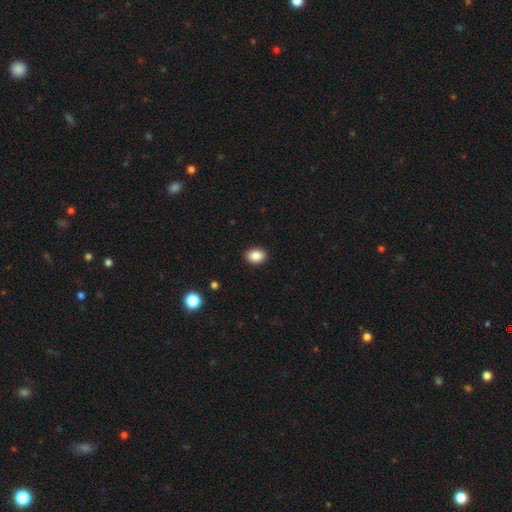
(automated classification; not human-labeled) Smooth or featured?
  - smooth: 87% *
  - star or artifact: 9%
  - featured or disk: 5%
How rounded?
  - in between: 70% *
  - round: 29%
  - cigar-shaped: 1%
Merging?
  - none: 91% *
  - minor disturbance: 7%
  - major disturbance: 2%
  - merger: 1%